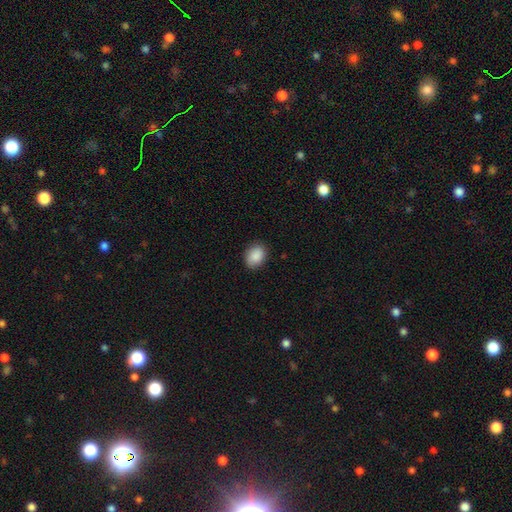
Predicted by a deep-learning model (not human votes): Smooth or featured?
  - smooth: 89% *
  - star or artifact: 7%
  - featured or disk: 3%
How rounded?
  - in between: 65% *
  - round: 34%
  - cigar-shaped: 1%
Merging?
  - none: 86% *
  - minor disturbance: 11%
  - major disturbance: 2%
  - merger: 1%